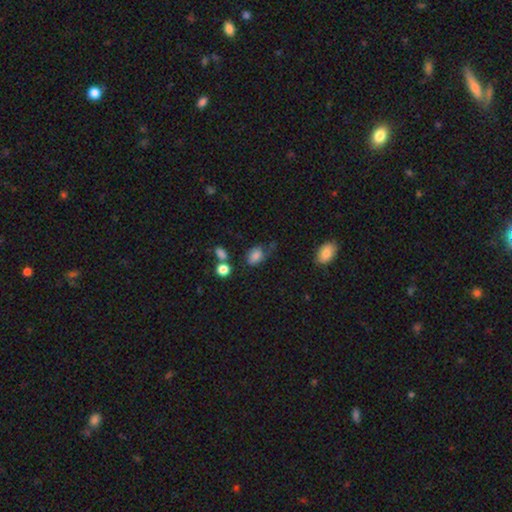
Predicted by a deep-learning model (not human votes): This appears to be a smooth galaxy with no disk features (79%) that is in between round and cigar-shaped (76%). Merging: none (49%).